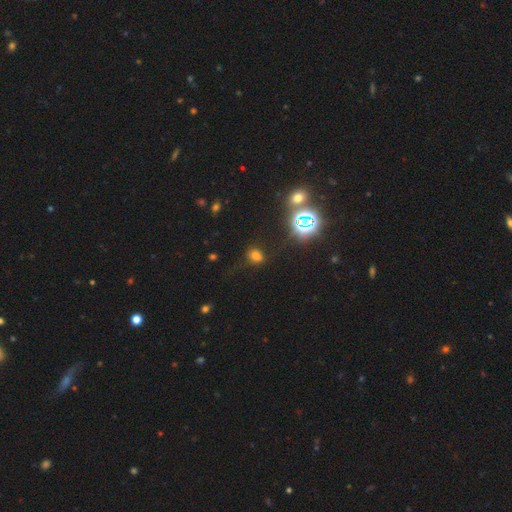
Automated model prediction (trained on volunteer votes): This appears to be a smooth galaxy with no disk features (61%) that is round (54%). Merging: none (71%).